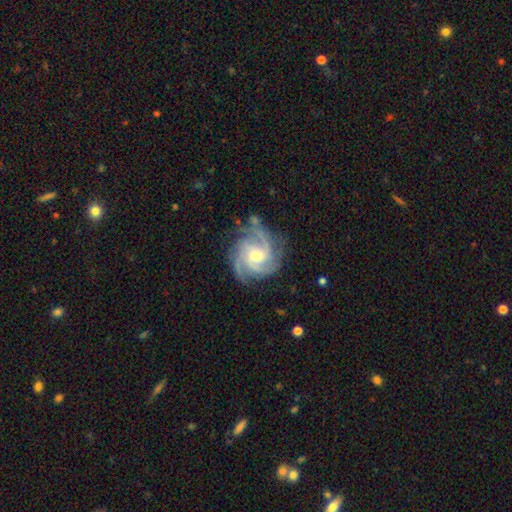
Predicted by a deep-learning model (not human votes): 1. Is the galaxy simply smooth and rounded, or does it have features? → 91% featured or disk, 5% star or artifact, 5% smooth.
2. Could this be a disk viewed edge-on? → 98% no, 2% yes.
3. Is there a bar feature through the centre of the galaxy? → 57% no, 35% weak, 8% strong.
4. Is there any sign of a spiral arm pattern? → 98% yes, 2% no.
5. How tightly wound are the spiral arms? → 57% tight, 38% medium, 6% loose.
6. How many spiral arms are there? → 42% 3, 31% 4, 9% can't tell, 8% 2, 5% more than 4, 5% 1.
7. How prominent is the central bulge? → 49% moderate, 47% small, 3% large, 1% none, 1% dominant.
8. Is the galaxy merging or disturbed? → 76% none, 16% minor disturbance, 6% major disturbance, 2% merger.